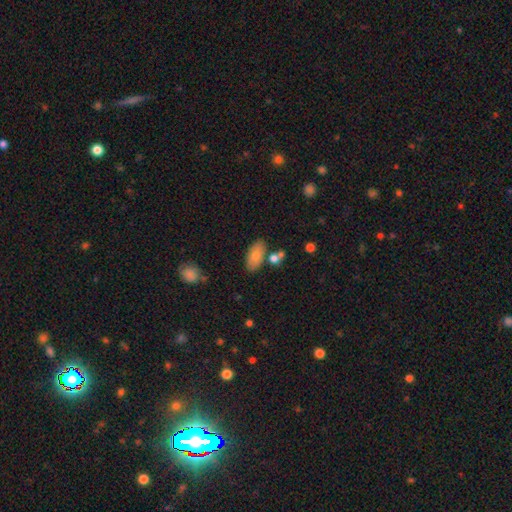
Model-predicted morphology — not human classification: Smooth or featured?
  - smooth: 79% *
  - featured or disk: 14%
  - star or artifact: 7%
How rounded?
  - in between: 91% *
  - cigar-shaped: 5%
  - round: 4%
Merging?
  - none: 75% *
  - minor disturbance: 12%
  - merger: 9%
  - major disturbance: 3%